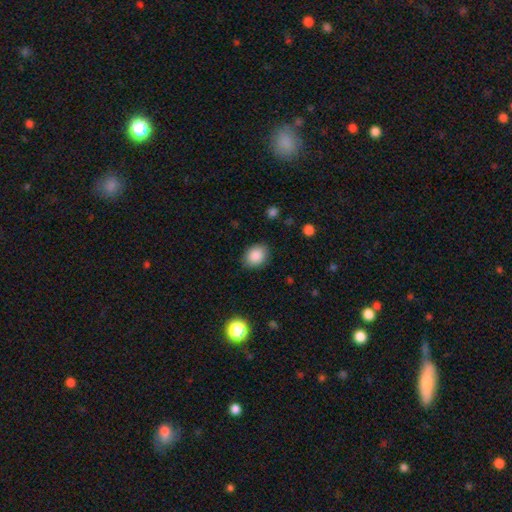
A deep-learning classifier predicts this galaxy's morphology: Smooth or featured: smooth — 88% (star or artifact — 8%)
How rounded: in between — 57% (round — 42%)
Merging: none — 84% (minor disturbance — 12%)